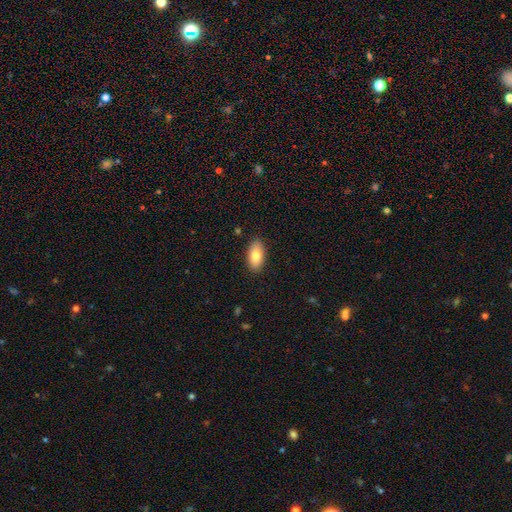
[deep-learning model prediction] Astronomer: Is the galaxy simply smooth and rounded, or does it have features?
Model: smooth — 85%.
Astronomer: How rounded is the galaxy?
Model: in between — 92%.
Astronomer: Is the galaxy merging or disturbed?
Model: none — 88%.